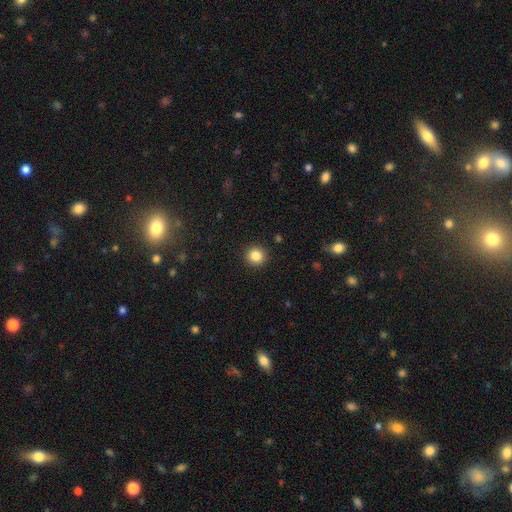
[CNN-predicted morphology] smooth 85%, star or artifact 11%, featured or disk 4%. Down the decision tree: how rounded — round (94%); merging — none (92%).